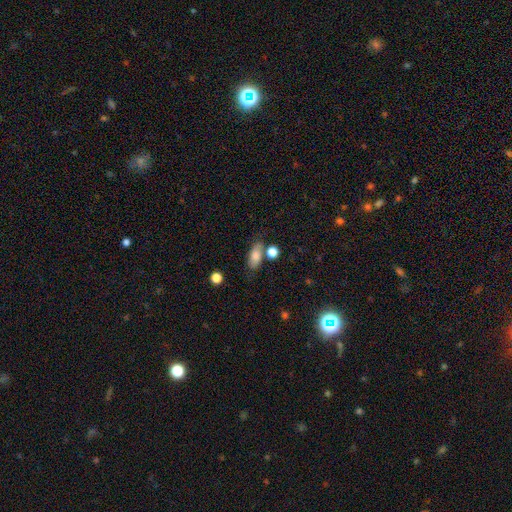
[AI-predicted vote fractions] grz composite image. It shows a smooth galaxy with no disk features (75%) that is in between round and cigar-shaped (84%). Merging: none (64%).